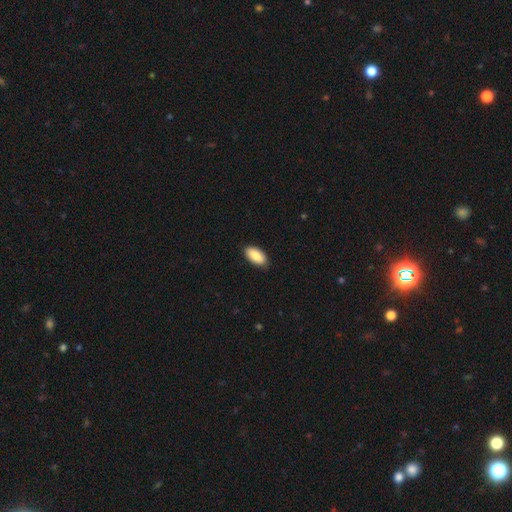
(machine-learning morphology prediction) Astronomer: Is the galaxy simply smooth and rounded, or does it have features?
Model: smooth — 88%.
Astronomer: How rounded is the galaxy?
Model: in between — 94%.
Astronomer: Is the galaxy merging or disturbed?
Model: none — 88%.